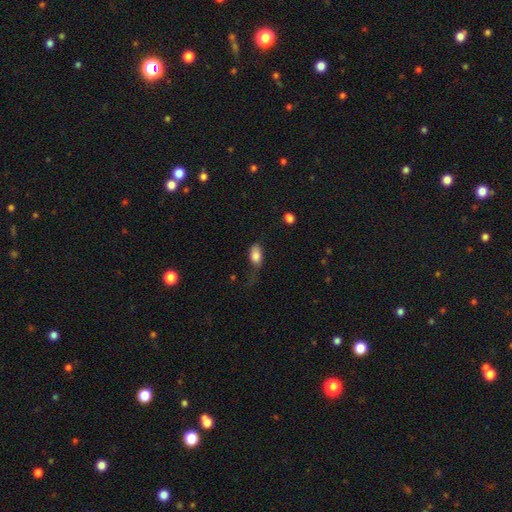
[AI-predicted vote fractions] This is clearly a smooth galaxy (82%). How rounded: clearly in between (88%). Merging: marginally none (36%).